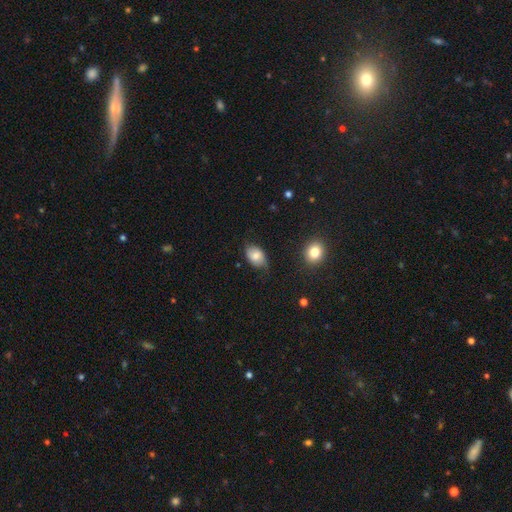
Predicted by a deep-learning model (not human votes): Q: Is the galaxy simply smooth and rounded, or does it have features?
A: smooth — 74%.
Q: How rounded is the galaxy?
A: in between — 85%.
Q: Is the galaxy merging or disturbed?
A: none — 61%.